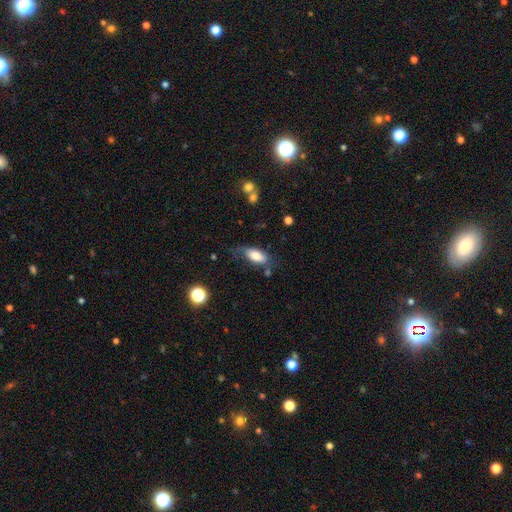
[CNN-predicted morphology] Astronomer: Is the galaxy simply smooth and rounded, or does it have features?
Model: smooth — 79%.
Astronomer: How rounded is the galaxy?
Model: in between — 87%.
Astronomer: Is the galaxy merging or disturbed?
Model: none — 55%.